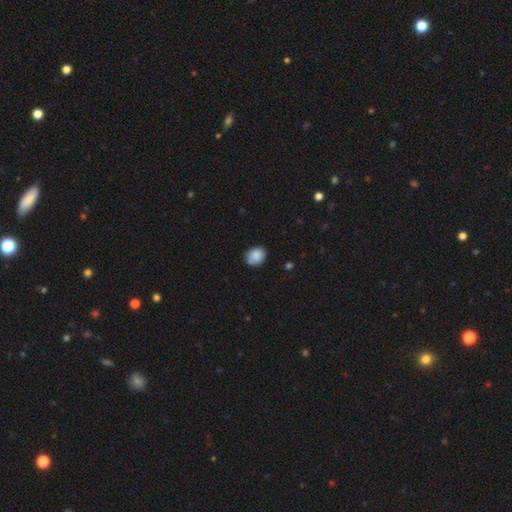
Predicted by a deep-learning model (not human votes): This is clearly a smooth galaxy (84%). How rounded: possibly round (54%). Merging: likely none (74%).